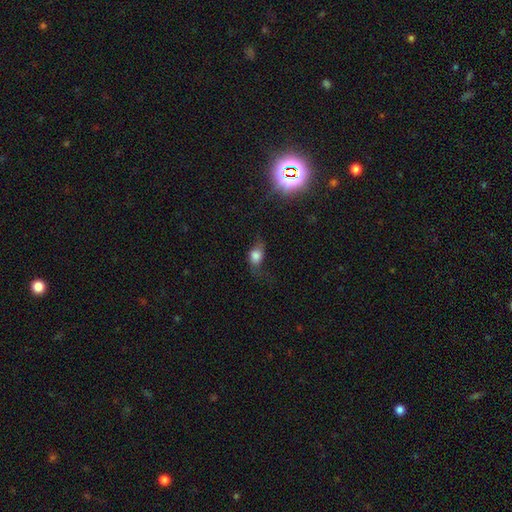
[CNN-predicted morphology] smooth-or-featured: smooth: 67% | featured or disk: 21% | star or artifact: 12%
  how-rounded: in between: 64% | round: 32% | cigar-shaped: 4%
  merging: none: 45% | minor disturbance: 27% | major disturbance: 26% | merger: 2%